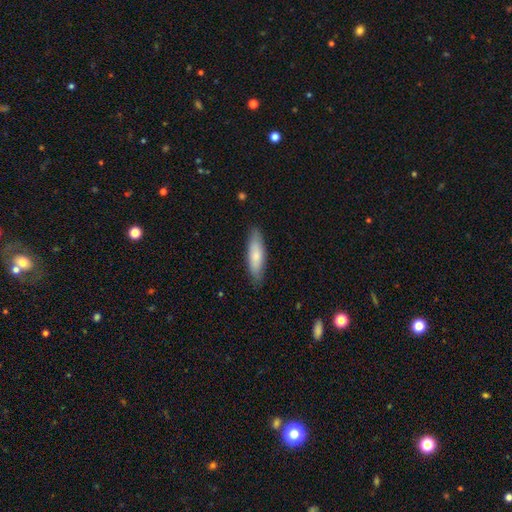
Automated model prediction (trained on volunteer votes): A smooth galaxy with no disk features (75%) that is cigar-shaped (58%). Merging: none (84%).